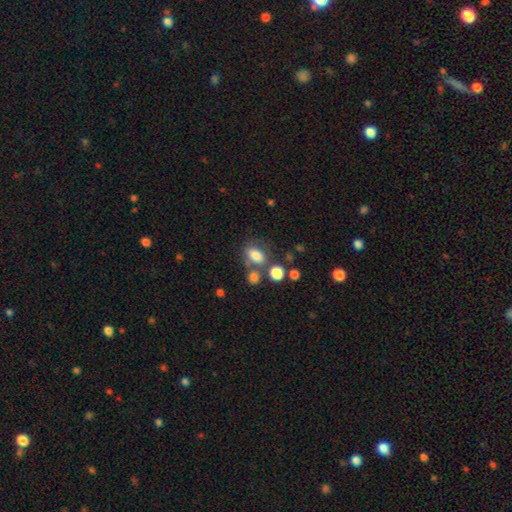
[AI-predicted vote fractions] Smooth or featured?
  - smooth: 78% *
  - star or artifact: 11%
  - featured or disk: 11%
How rounded?
  - in between: 78% *
  - round: 20%
  - cigar-shaped: 2%
Merging?
  - none: 50% *
  - merger: 25%
  - minor disturbance: 17%
  - major disturbance: 9%